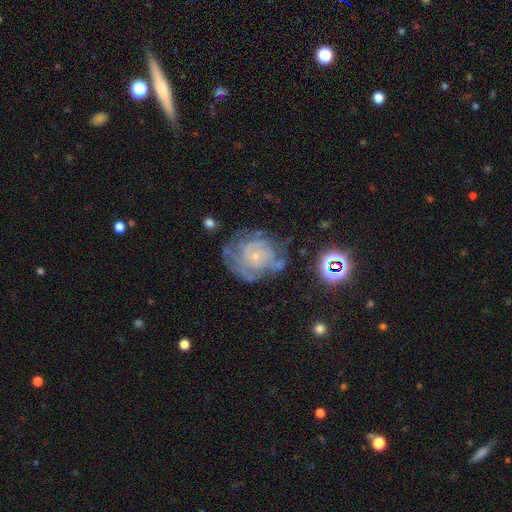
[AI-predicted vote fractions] smooth-or-featured: featured or disk: 76% | smooth: 13% | star or artifact: 11%
  disk-edge-on: no: 98% | yes: 2%
    bar: no: 81% | weak: 16% | strong: 3%
    has-spiral-arms: yes: 88% | no: 12%
      spiral-winding: tight: 70% | medium: 24% | loose: 7%
      spiral-arm-count: can't tell: 44% | 3: 16% | 4: 15% | 2: 12% | more than 4: 7% | 1: 6%
    bulge-size: small: 82% | moderate: 12% | none: 3% | large: 1% | dominant: 1%
  merging: none: 60% | minor disturbance: 22% | major disturbance: 14% | merger: 4%